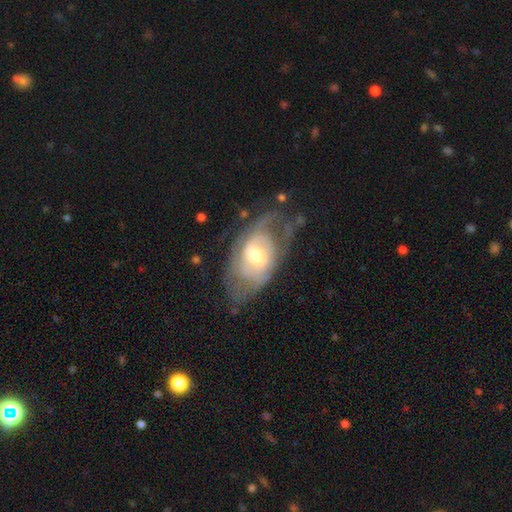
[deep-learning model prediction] A featured or disk galaxy (76%) with a weak bar (49%), 2 (43%) tight (45%) spiral arms (82%) and a moderate central bulge (61%). Merging: none (53%).